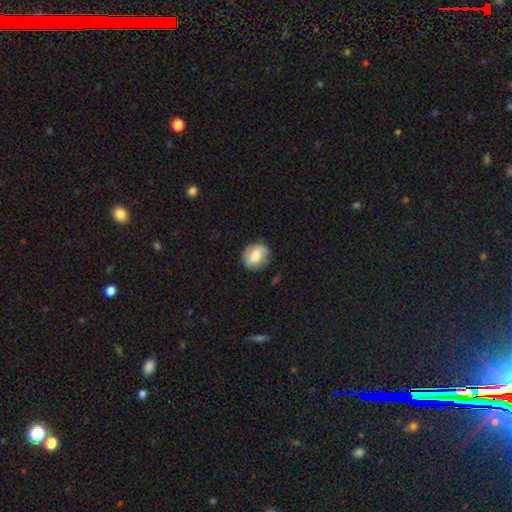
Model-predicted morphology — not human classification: type=smooth (68%); roundness=round (70%); merging=none (79%).